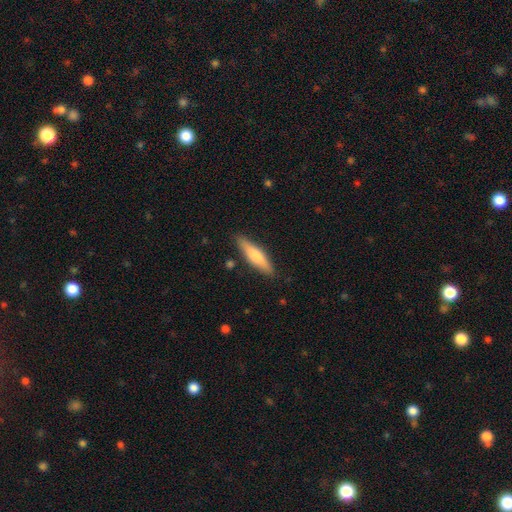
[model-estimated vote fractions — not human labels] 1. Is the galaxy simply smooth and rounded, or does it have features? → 63% smooth, 32% featured or disk, 5% star or artifact.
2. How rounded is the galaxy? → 77% cigar-shaped, 22% in between, 2% round.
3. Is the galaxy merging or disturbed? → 87% none, 10% minor disturbance, 2% major disturbance, 2% merger.